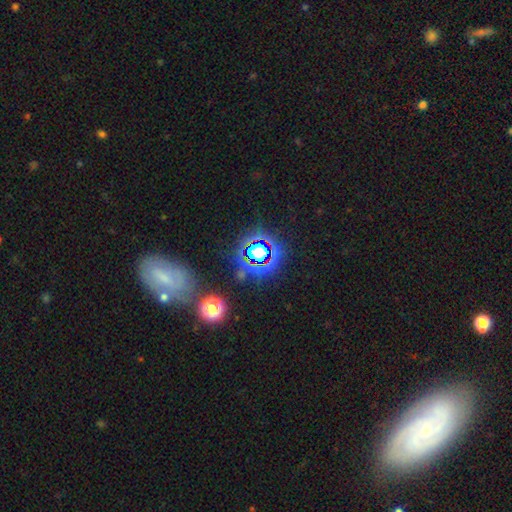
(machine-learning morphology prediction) The model was most divided on "smooth or featured": star or artifact: 68%, smooth: 19%, featured or disk: 13%.